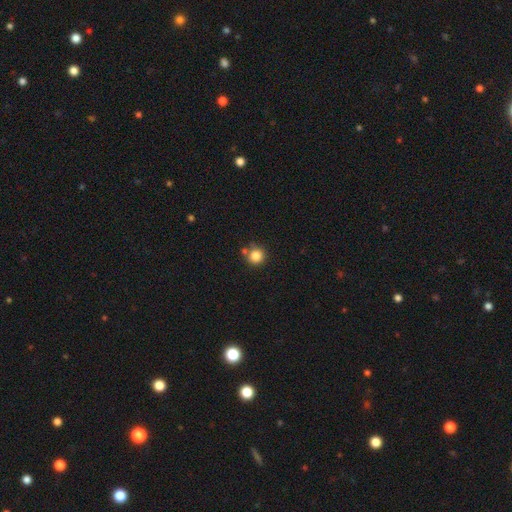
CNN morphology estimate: Overall: smooth (83%). How rounded: round (93%). Merging: none (69%).